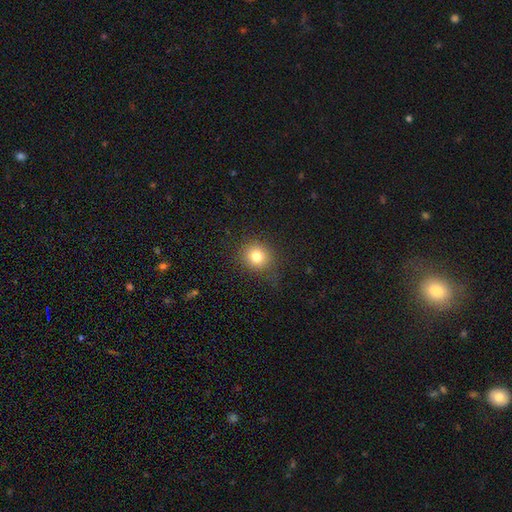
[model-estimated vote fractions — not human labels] smooth-or-featured: smooth: 79% | star or artifact: 13% | featured or disk: 8%
  how-rounded: round: 85% | in between: 14% | cigar-shaped: 1%
  merging: none: 84% | minor disturbance: 11% | major disturbance: 4% | merger: 1%